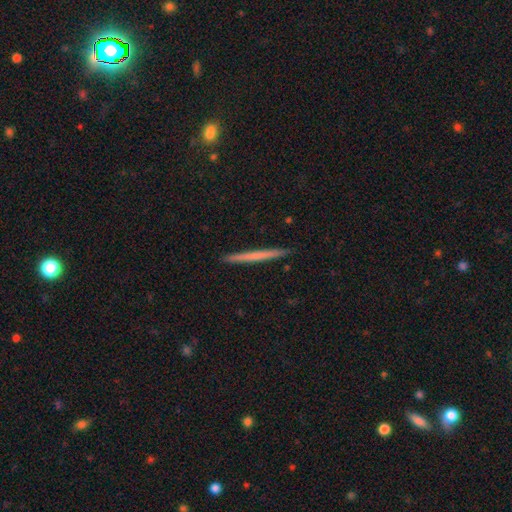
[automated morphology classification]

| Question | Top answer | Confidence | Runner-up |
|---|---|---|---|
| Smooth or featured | smooth | 54% | featured or disk (40%) |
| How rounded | cigar-shaped | 97% | in between (2%) |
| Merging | none | 93% | minor disturbance (5%) |